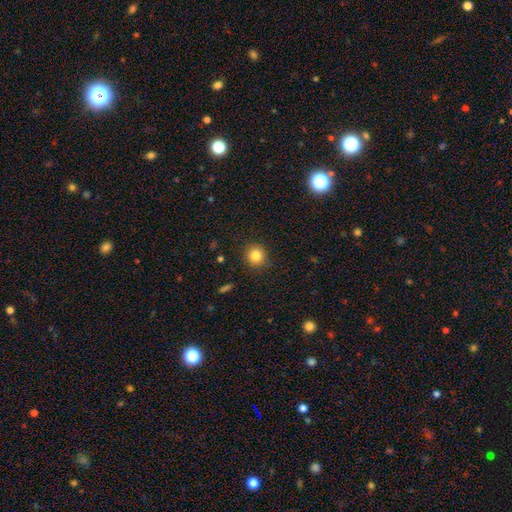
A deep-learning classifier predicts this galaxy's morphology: Smooth or featured?
  - smooth: 83% *
  - star or artifact: 11%
  - featured or disk: 6%
How rounded?
  - round: 89% *
  - in between: 10%
  - cigar-shaped: 1%
Merging?
  - none: 89% *
  - minor disturbance: 8%
  - major disturbance: 2%
  - merger: 1%